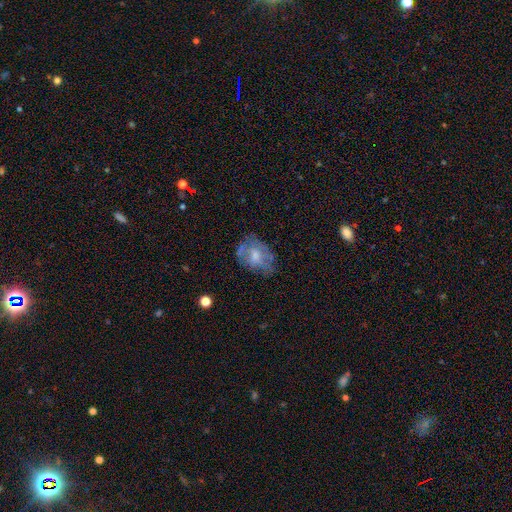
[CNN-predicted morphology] Smooth or featured? Predicted: featured or disk (p=0.47). Merging? Predicted: none (p=0.54).